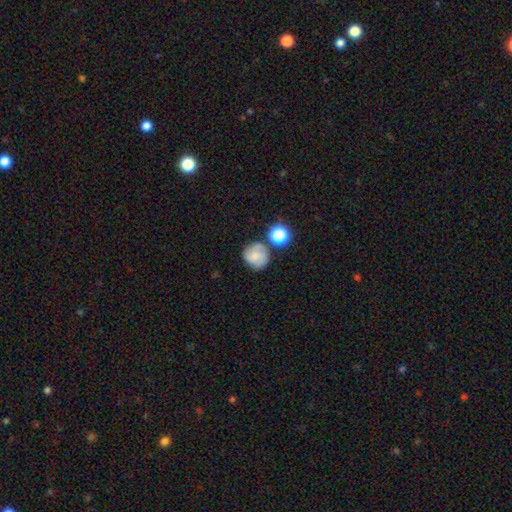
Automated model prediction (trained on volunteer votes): smooth_or_featured: smooth (p=0.62) [alt: featured or disk p=0.28]
how_rounded: round (p=0.86) [alt: in between p=0.13]
merging: none (p=0.64) [alt: minor disturbance p=0.18]